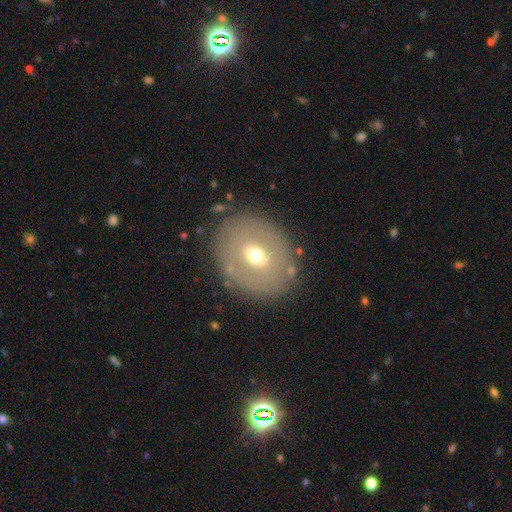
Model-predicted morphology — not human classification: This appears to be a smooth galaxy with no disk features (50%) that is round (54%). Merging: none (82%).